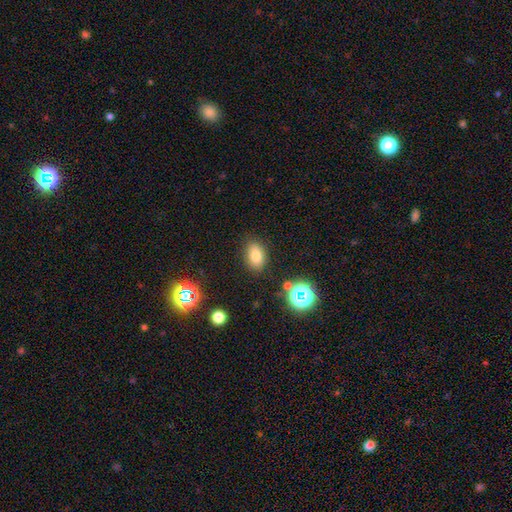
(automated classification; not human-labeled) Morphology: type=smooth (78%); roundness=in between (84%); merging=none (84%).